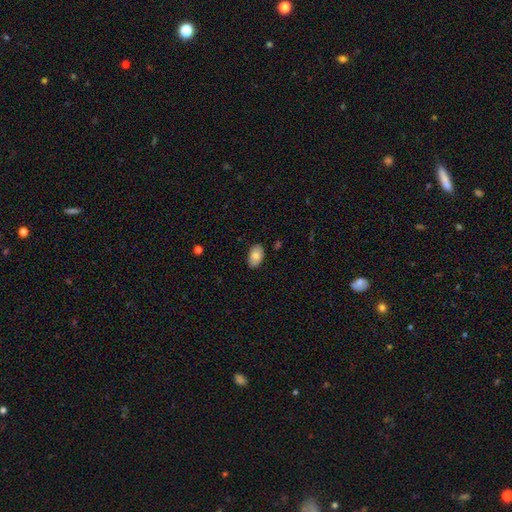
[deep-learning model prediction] Smooth or featured? Predicted: smooth (p=0.80). How rounded? Predicted: in between (p=0.92). Merging? Predicted: none (p=0.85).